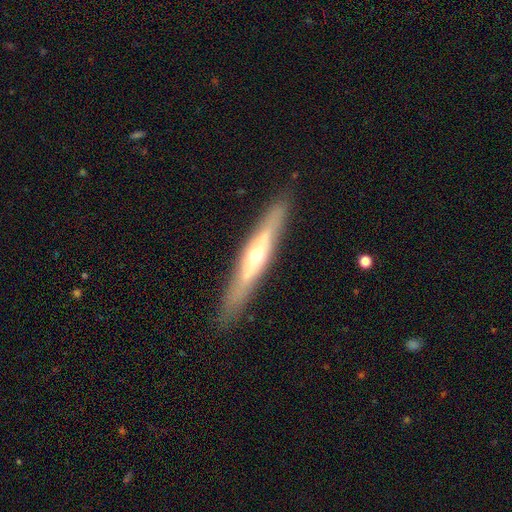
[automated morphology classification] smooth_or_featured: featured or disk (p=0.63) [alt: smooth p=0.31]
disk_edge_on: yes (p=0.84) [alt: no p=0.16]
edge_on_bulge: rounded (p=0.85) [alt: none p=0.11]
merging: none (p=0.88) [alt: minor disturbance p=0.09]